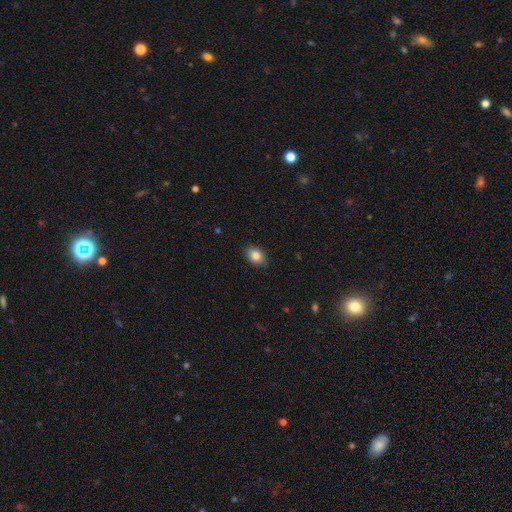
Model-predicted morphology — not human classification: Smooth or featured: smooth — 84% (star or artifact — 8%)
How rounded: in between — 76% (round — 23%)
Merging: none — 87% (minor disturbance — 10%)